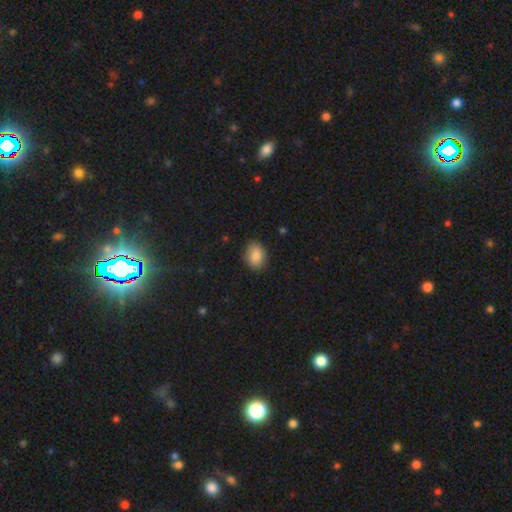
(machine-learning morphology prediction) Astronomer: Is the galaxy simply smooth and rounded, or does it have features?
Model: smooth — 86%.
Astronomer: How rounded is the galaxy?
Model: in between — 68%.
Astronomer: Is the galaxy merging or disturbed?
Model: none — 86%.